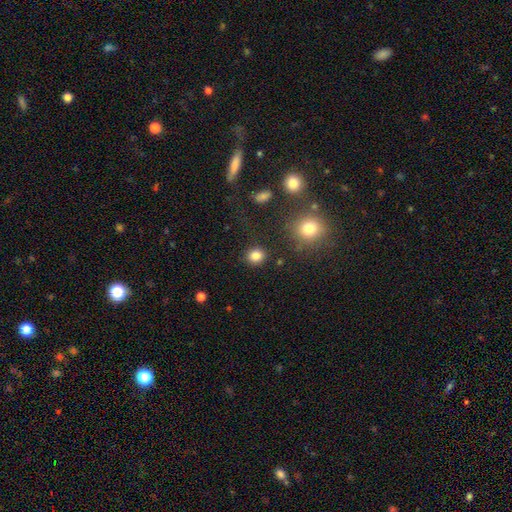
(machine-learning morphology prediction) A smooth galaxy with no disk features (83%) that is round (82%).

Vote fractions:
- Smooth or featured? smooth: 83% / star or artifact: 12% / featured or disk: 5%
- How rounded? round: 82% / in between: 17% / cigar-shaped: 1%
- Merging? none: 87% / minor disturbance: 7% / major disturbance: 3% / merger: 3%